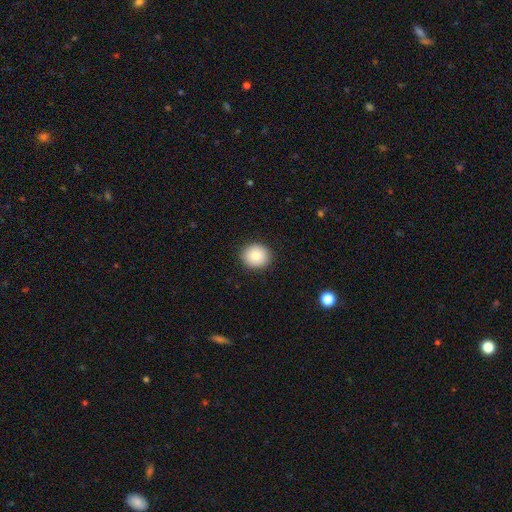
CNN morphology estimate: This is clearly a smooth galaxy (86%). How rounded: clearly round (84%). Merging: clearly none (91%).